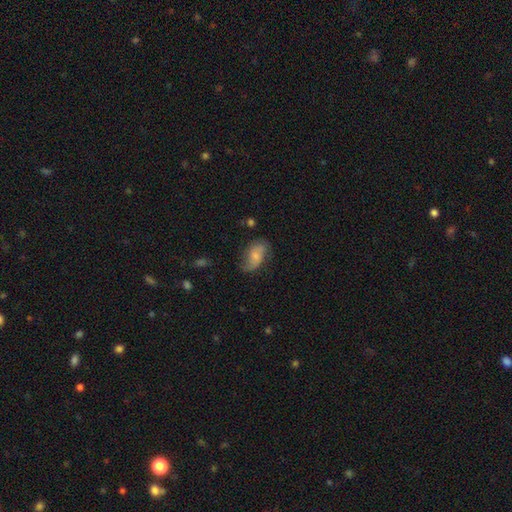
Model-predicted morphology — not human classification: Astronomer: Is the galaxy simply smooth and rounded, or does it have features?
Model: smooth — 51% (runner-up: featured or disk, 41%).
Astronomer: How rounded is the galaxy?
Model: in between — 90%.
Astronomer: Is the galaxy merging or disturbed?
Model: none — 61%.